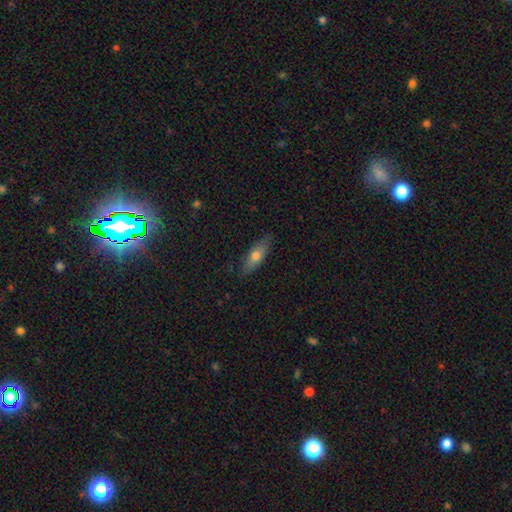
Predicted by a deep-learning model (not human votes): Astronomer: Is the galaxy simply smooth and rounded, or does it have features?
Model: smooth — 67%.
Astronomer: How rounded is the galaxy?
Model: in between — 55% (runner-up: cigar-shaped, 42%).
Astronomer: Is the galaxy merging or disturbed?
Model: none — 83%.